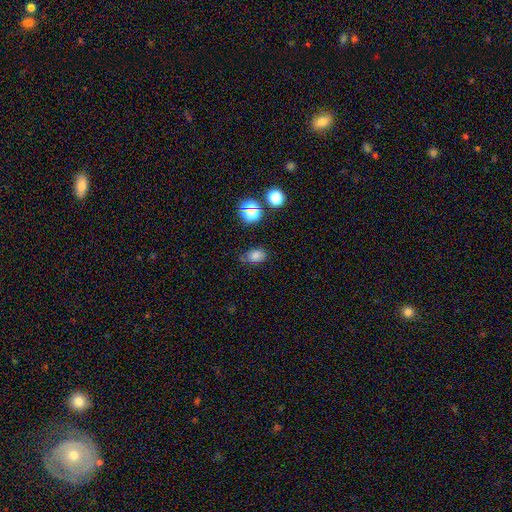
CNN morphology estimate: This appears to be a smooth galaxy with no disk features (77%) that is in between round and cigar-shaped (77%). Merging: none (62%).